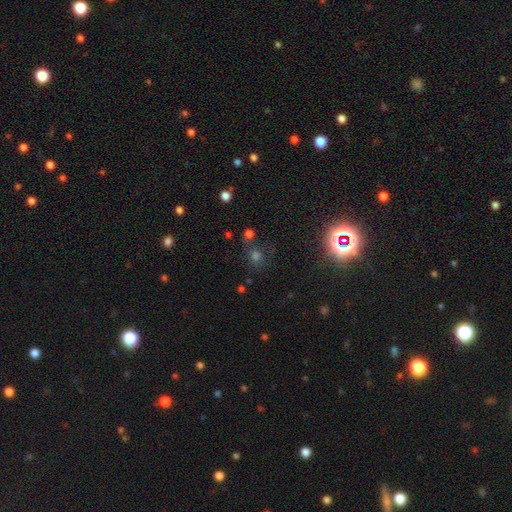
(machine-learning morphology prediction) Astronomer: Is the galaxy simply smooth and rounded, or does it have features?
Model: star or artifact — 53% (runner-up: smooth, 37%).